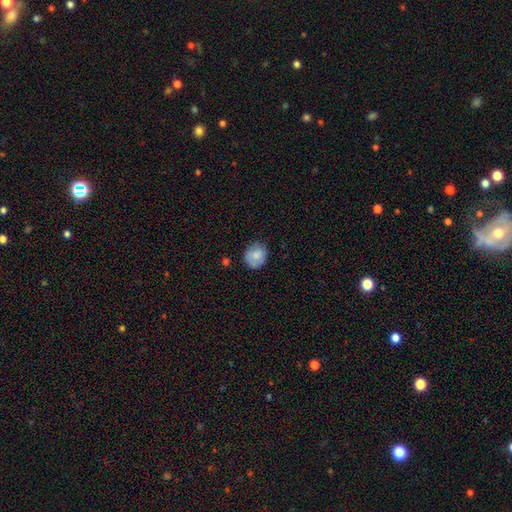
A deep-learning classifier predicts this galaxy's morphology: Overall: smooth (79%). How rounded: round (79%). Merging: none (75%).